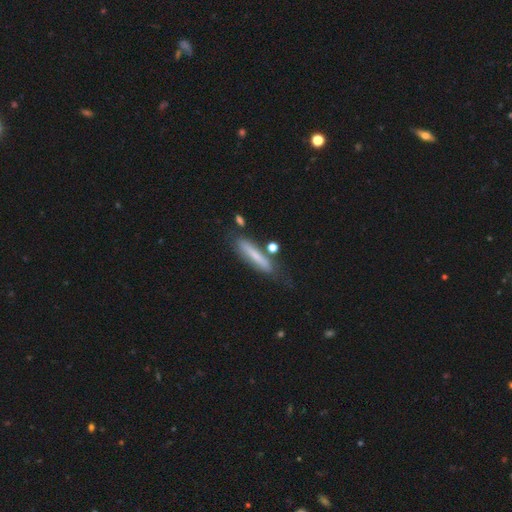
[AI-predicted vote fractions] Morphology: type=smooth (60%); roundness=cigar-shaped (88%); merging=none (69%).